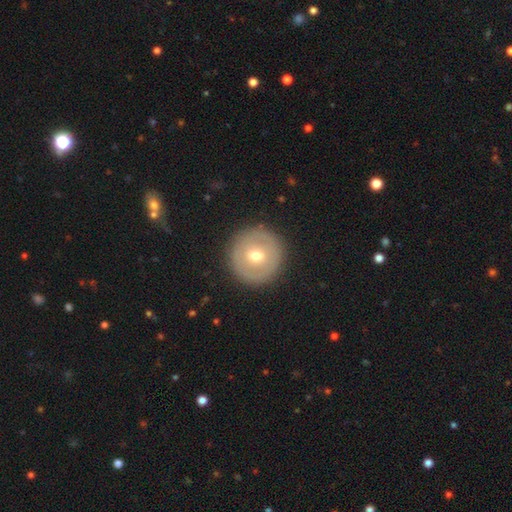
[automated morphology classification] A smooth galaxy with no disk features (54%) that is round (95%).

Vote fractions:
- Smooth or featured? smooth: 54% / featured or disk: 39% / star or artifact: 7%
- How rounded? round: 95% / in between: 4% / cigar-shaped: 1%
- Merging? none: 90% / minor disturbance: 6% / major disturbance: 3% / merger: 1%